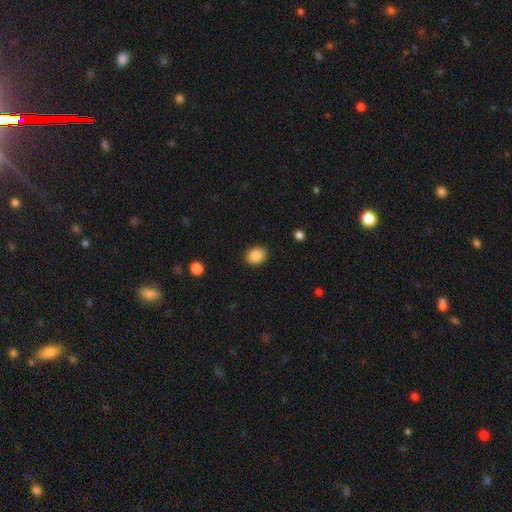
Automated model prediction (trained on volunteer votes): smooth-or-featured: smooth: 88% | star or artifact: 8% | featured or disk: 4%
  how-rounded: in between: 59% | round: 40% | cigar-shaped: 1%
  merging: none: 89% | minor disturbance: 8% | major disturbance: 2% | merger: 1%